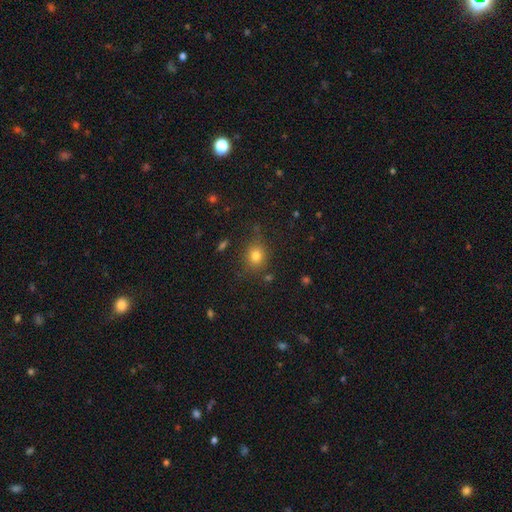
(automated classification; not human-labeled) Smooth or featured?
  - smooth: 79% *
  - star or artifact: 14%
  - featured or disk: 7%
How rounded?
  - round: 72% *
  - in between: 27%
  - cigar-shaped: 1%
Merging?
  - none: 77% *
  - minor disturbance: 15%
  - major disturbance: 5%
  - merger: 4%